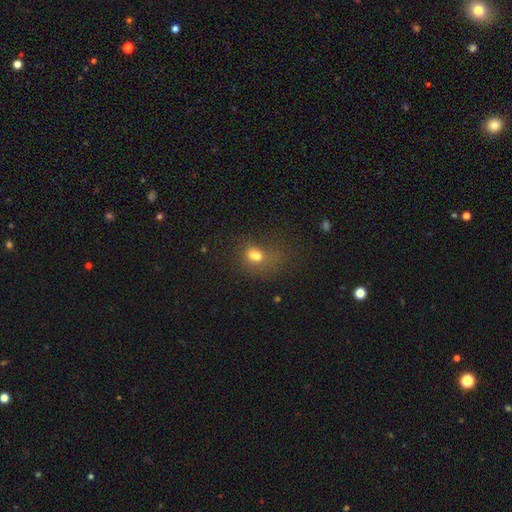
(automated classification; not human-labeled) Smooth or featured? Predicted: smooth (p=0.67). How rounded? Predicted: in between (p=0.59). Merging? Predicted: none (p=0.33).